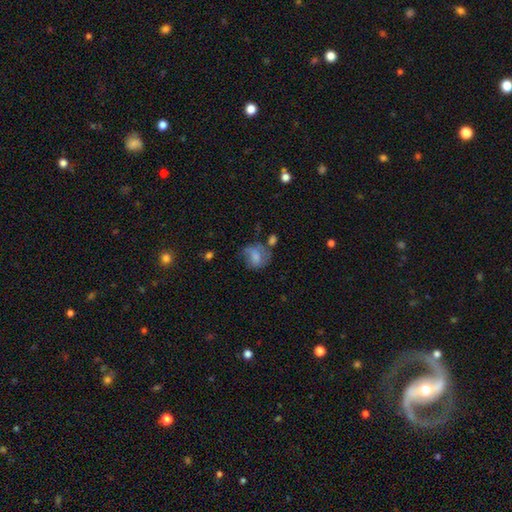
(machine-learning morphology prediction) A smooth galaxy with no disk features (68%) that is round (58%). Merging: none (40%).